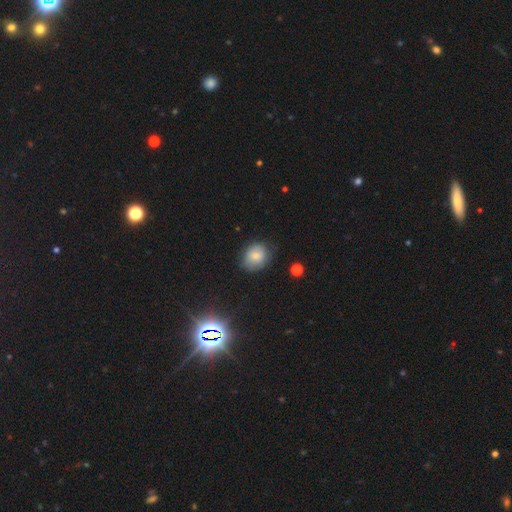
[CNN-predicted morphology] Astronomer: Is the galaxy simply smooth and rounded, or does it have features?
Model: smooth — 75%.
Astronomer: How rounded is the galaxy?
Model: round — 68%.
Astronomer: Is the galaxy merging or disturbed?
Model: none — 73%.